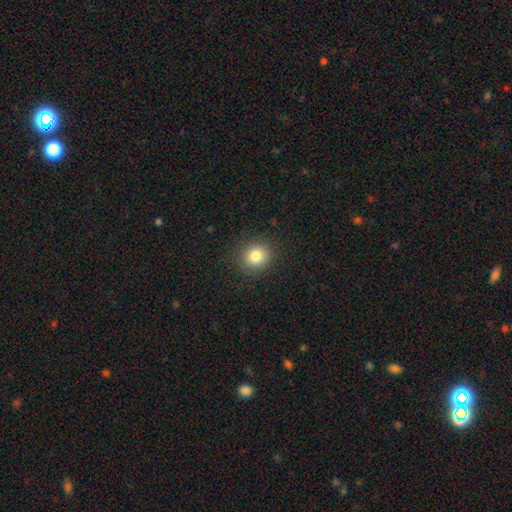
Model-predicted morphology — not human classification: Smooth or featured?
  - smooth: 83% *
  - star or artifact: 11%
  - featured or disk: 6%
How rounded?
  - round: 85% *
  - in between: 14%
  - cigar-shaped: 1%
Merging?
  - none: 89% *
  - minor disturbance: 7%
  - major disturbance: 3%
  - merger: 1%